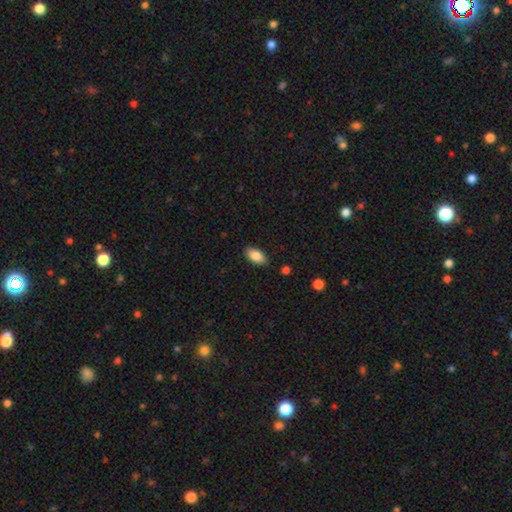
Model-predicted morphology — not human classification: A smooth galaxy with no disk features (86%) that is in between round and cigar-shaped (93%). Merging: none (87%).